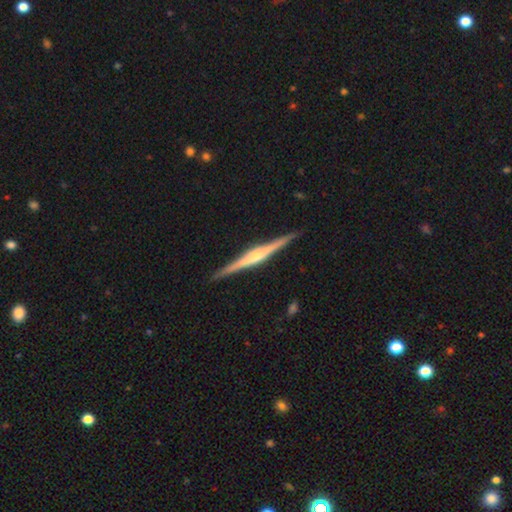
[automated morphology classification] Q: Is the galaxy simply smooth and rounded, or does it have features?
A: featured or disk — 85%.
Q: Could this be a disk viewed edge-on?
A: yes — 99%.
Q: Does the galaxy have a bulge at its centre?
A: rounded — 82%.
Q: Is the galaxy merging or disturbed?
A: none — 92%.